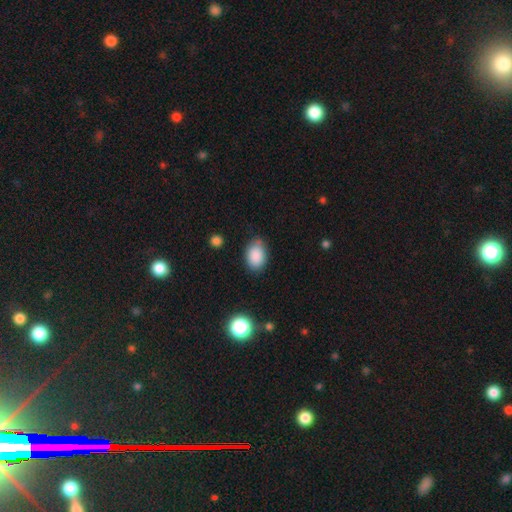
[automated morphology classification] Smooth or featured?
  - smooth: 87% *
  - star or artifact: 8%
  - featured or disk: 5%
How rounded?
  - in between: 83% *
  - round: 16%
  - cigar-shaped: 1%
Merging?
  - none: 77% *
  - minor disturbance: 18%
  - major disturbance: 4%
  - merger: 2%